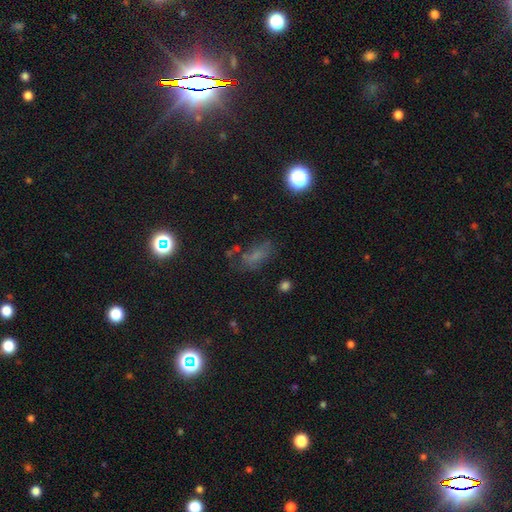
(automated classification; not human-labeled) Smooth or featured? smooth (50%)
Merging? none (52%)